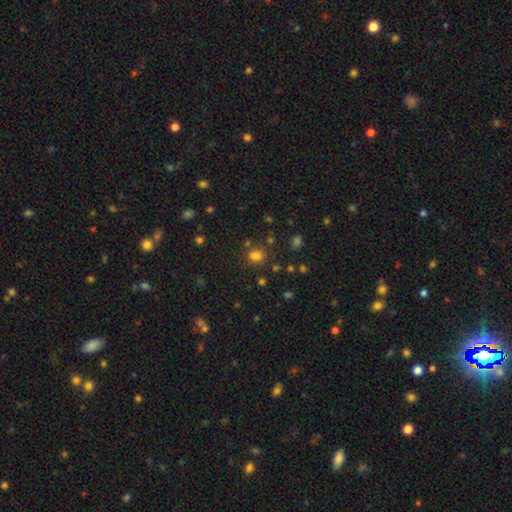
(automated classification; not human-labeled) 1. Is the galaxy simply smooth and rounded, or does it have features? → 68% smooth, 25% star or artifact, 7% featured or disk.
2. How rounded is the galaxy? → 70% round, 29% in between, 1% cigar-shaped.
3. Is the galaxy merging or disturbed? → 66% none, 16% merger, 12% minor disturbance, 5% major disturbance.